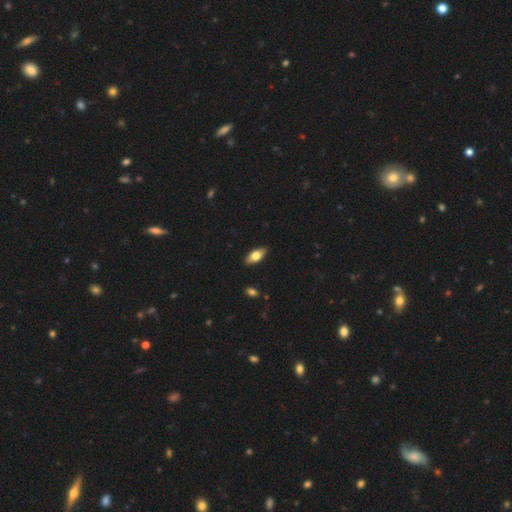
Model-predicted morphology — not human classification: Smooth or featured? smooth (64%)
How rounded? in between (84%)
Merging? none (88%)